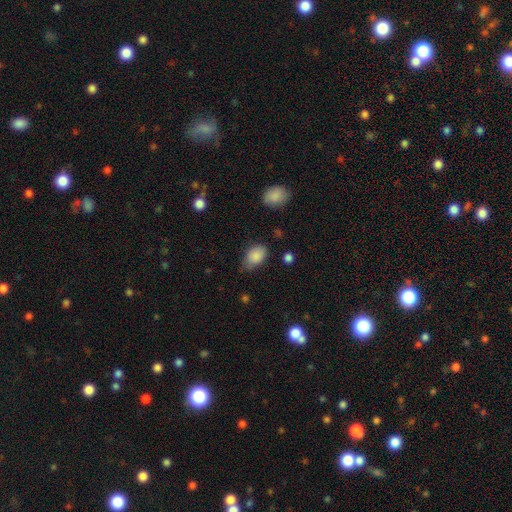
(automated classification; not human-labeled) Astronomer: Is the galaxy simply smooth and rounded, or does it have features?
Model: smooth — 86%.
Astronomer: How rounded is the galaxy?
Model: in between — 84%.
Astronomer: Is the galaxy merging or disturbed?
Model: none — 58% (runner-up: minor disturbance, 33%).